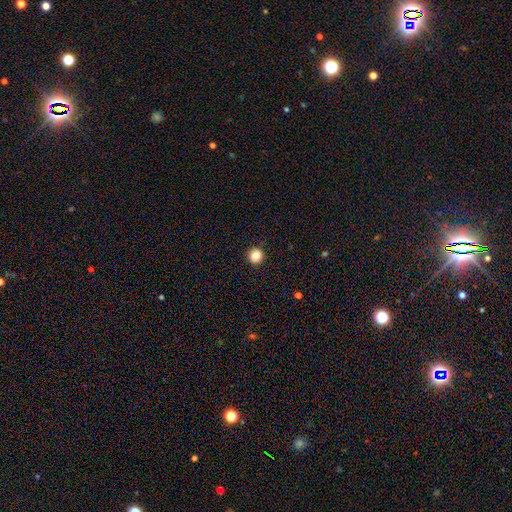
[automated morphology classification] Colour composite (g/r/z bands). It shows a smooth galaxy with no disk features (86%) that is round (94%). Merging: none (93%).